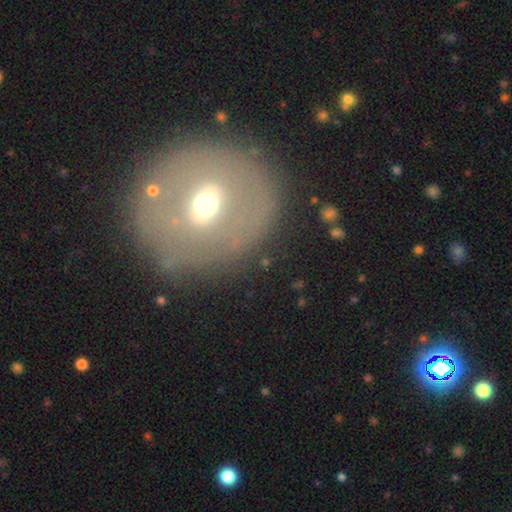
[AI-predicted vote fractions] The model was most divided on "smooth or featured": smooth: 43%, featured or disk: 42%, star or artifact: 15%. More confident: merging — none (81%).